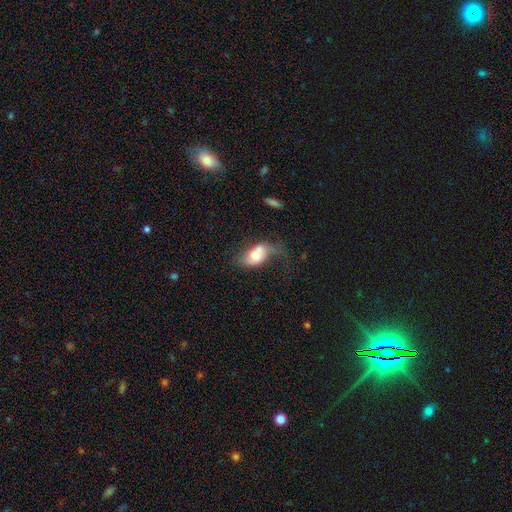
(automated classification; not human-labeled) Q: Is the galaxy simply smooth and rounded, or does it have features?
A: smooth — 55%.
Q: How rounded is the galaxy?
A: in between — 88%.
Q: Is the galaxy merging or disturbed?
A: major disturbance — 32%.